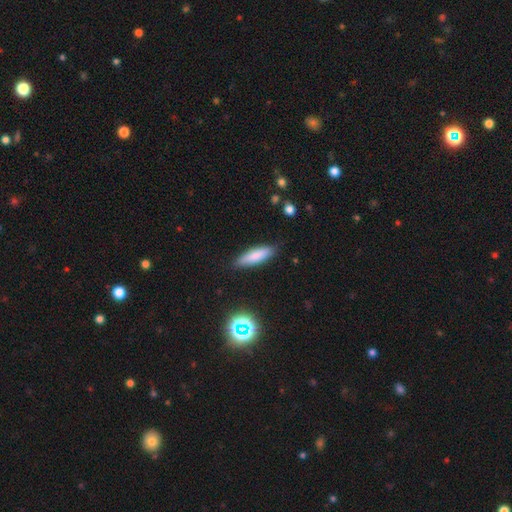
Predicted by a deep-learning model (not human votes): Smooth or featured? Predicted: smooth (p=0.79). How rounded? Predicted: cigar-shaped (p=0.61). Merging? Predicted: none (p=0.85).